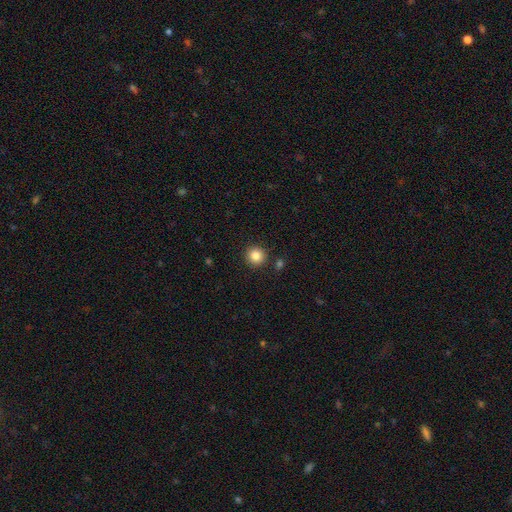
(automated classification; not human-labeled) The model was most divided on "smooth or featured": smooth: 85%, star or artifact: 11%, featured or disk: 5%. More confident: how rounded — round (94%); merging — none (89%).